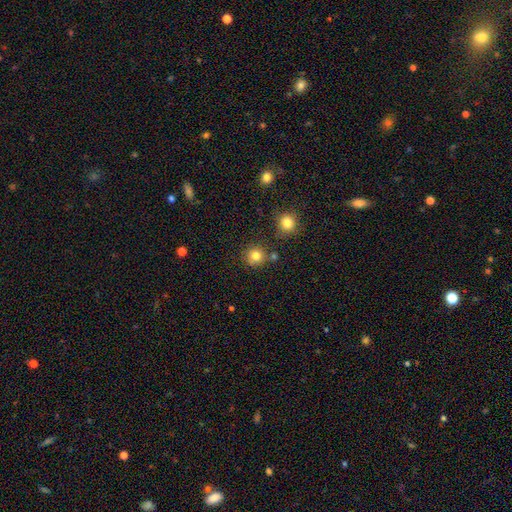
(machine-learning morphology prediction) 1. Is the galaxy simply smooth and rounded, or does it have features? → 81% smooth, 13% star or artifact, 6% featured or disk.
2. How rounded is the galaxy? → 91% round, 8% in between, 1% cigar-shaped.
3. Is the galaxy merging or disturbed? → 80% none, 9% minor disturbance, 8% merger, 3% major disturbance.